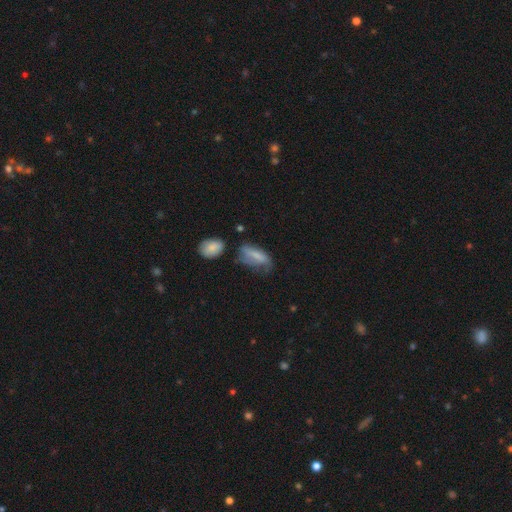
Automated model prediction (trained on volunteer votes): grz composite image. It shows a smooth galaxy with no disk features (66%) that is in between round and cigar-shaped (78%). Merging: none (35%).